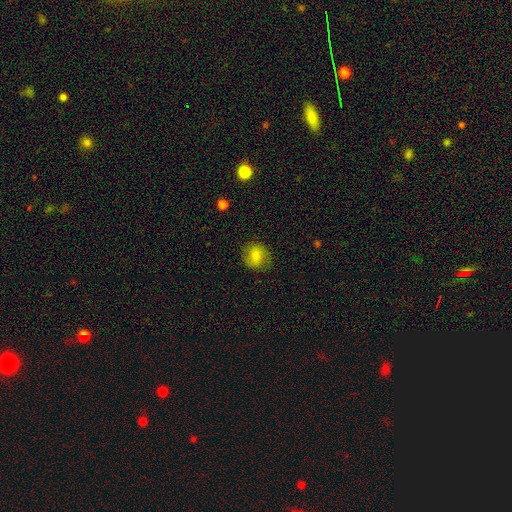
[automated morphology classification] Overall: smooth (73%). How rounded: round (75%). Merging: none (82%).